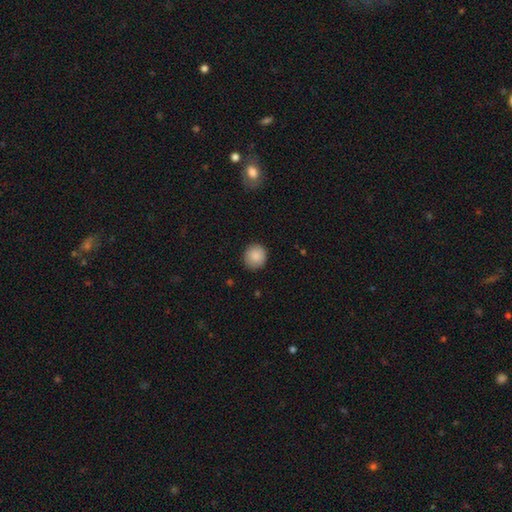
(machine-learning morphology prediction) Smooth or featured? Predicted: smooth (p=0.88). How rounded? Predicted: round (p=0.88). Merging? Predicted: none (p=0.90).